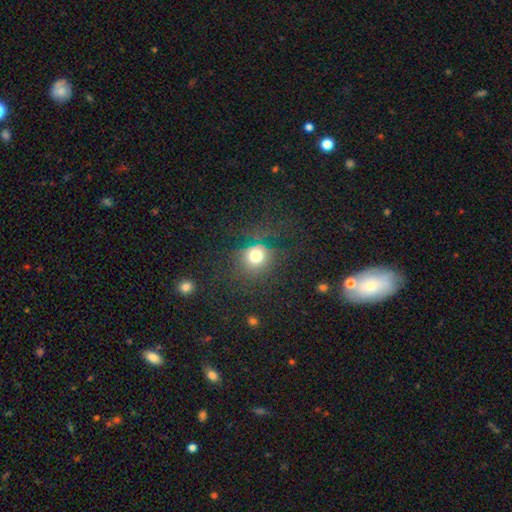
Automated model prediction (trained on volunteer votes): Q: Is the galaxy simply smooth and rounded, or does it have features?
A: smooth — 70%.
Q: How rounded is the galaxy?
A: round — 86%.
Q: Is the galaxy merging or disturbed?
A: none — 76%.